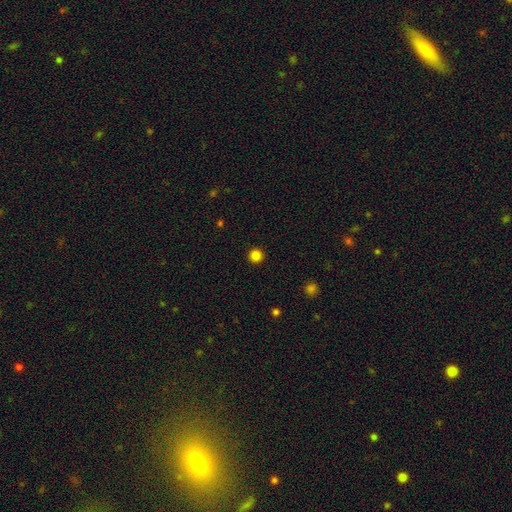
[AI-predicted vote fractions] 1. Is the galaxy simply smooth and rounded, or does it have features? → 84% smooth, 12% star or artifact, 3% featured or disk.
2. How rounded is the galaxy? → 96% round, 3% in between, 1% cigar-shaped.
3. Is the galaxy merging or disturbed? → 93% none, 4% minor disturbance, 2% major disturbance, 1% merger.